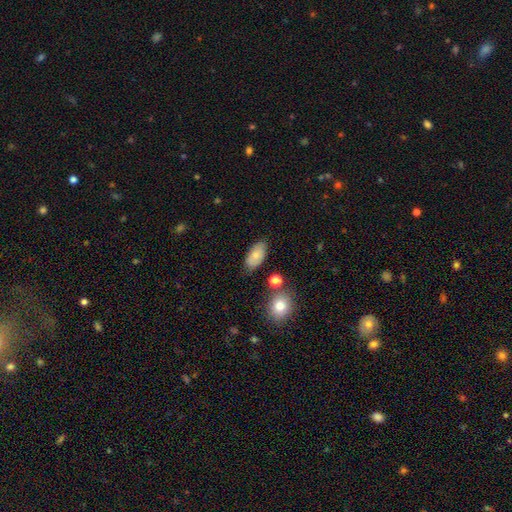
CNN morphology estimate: This is likely a smooth galaxy (78%). How rounded: clearly in between (92%). Merging: likely none (76%).